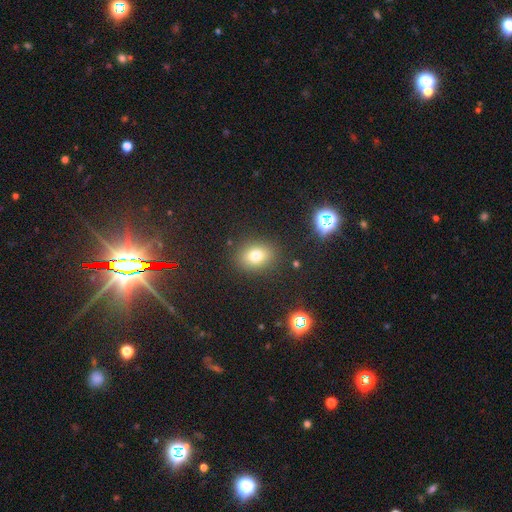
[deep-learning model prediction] Smooth or featured: smooth — 75% (star or artifact — 15%)
How rounded: in between — 51% (round — 47%)
Merging: none — 87% (minor disturbance — 8%)